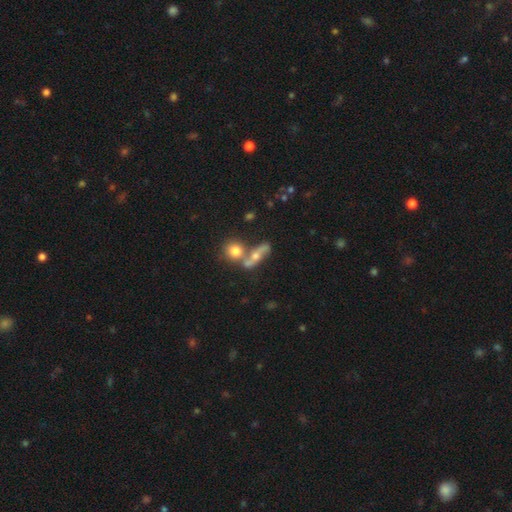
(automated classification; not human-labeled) Overall: featured or disk (49%; smooth 40%). Merging: none (46%; merger 35%).